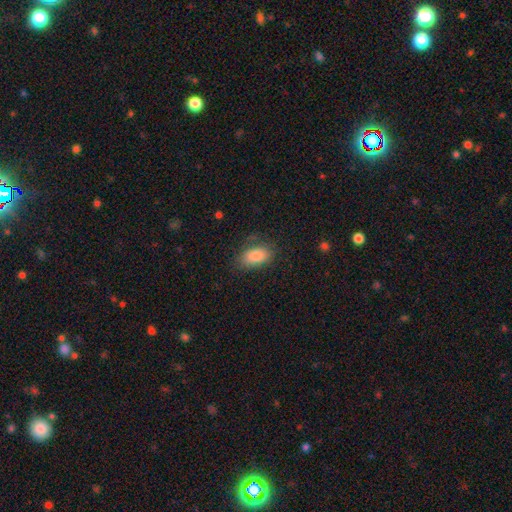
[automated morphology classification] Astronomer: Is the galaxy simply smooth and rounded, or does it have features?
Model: smooth — 85%.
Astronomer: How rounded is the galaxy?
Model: in between — 91%.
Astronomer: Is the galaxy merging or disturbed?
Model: none — 74%.